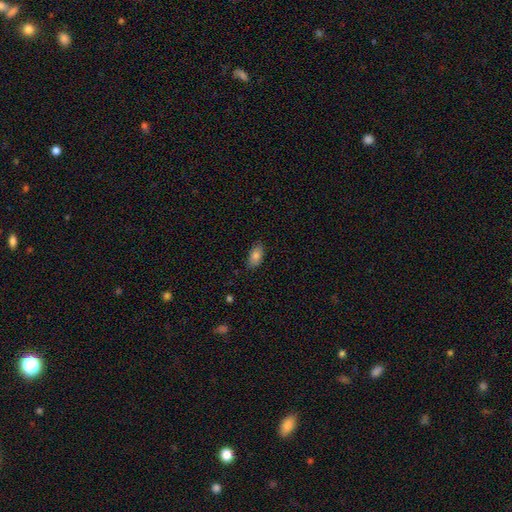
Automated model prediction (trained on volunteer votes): The model was most divided on "merging": none: 84%, minor disturbance: 13%, major disturbance: 2%, merger: 1%. More confident: how rounded — in between (91%); smooth or featured — smooth (82%).